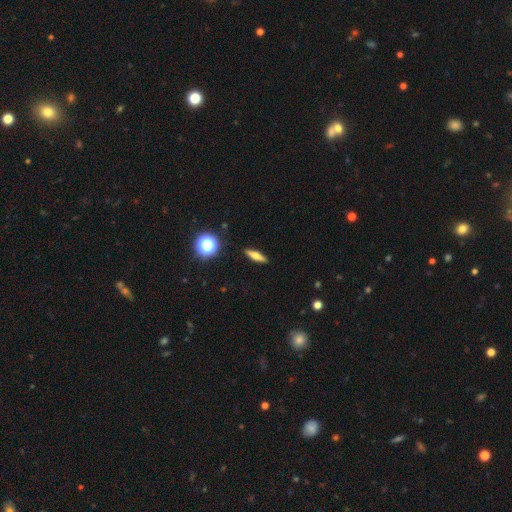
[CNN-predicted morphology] A smooth galaxy with no disk features (55%) that is cigar-shaped (66%). Merging: none (90%).